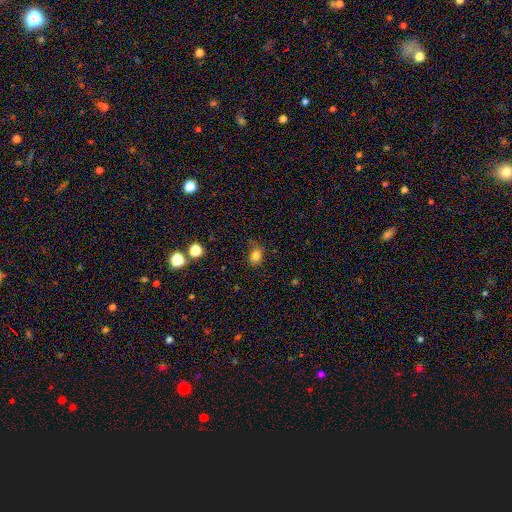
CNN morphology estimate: Q: Smooth or featured?
A: smooth (81%); runner-up: star or artifact (13%)
Q: How rounded?
A: in between (54%); runner-up: round (45%)
Q: Merging?
A: none (63%); runner-up: minor disturbance (26%)